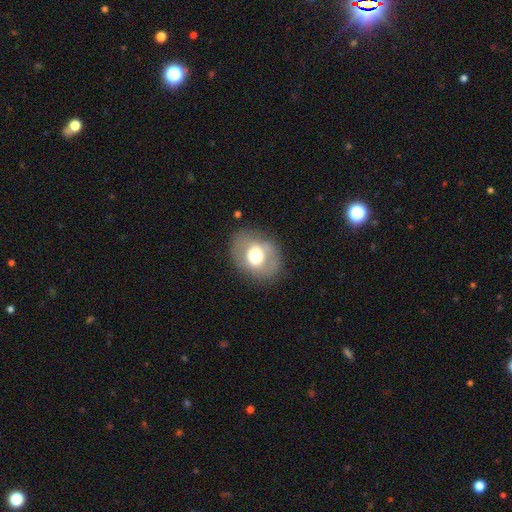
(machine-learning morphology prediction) type=smooth (56%); roundness=in between (52%); merging=none (77%).